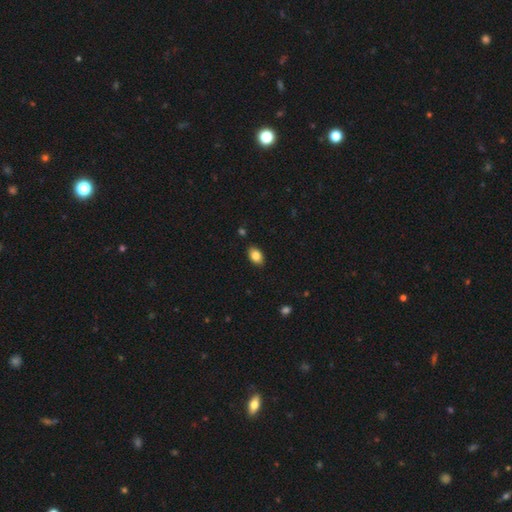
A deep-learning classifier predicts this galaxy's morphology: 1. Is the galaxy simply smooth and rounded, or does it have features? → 84% smooth, 8% star or artifact, 8% featured or disk.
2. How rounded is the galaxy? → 88% in between, 11% round, 1% cigar-shaped.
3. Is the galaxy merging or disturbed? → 87% none, 9% minor disturbance, 2% major disturbance, 1% merger.